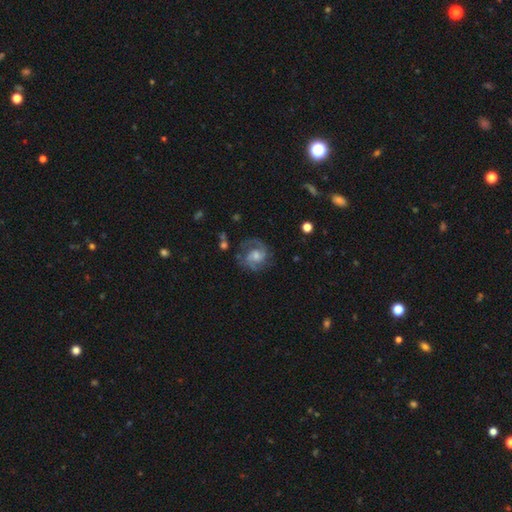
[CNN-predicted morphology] Smooth or featured? featured or disk (82%)
Edge-on disk? no (98%)
Bar? no (54%)
Spiral arms? yes (96%)
Spiral winding? medium (49%)
Spiral arm count? 2 (76%)
Bulge size? moderate (49%)
Merging? none (75%)